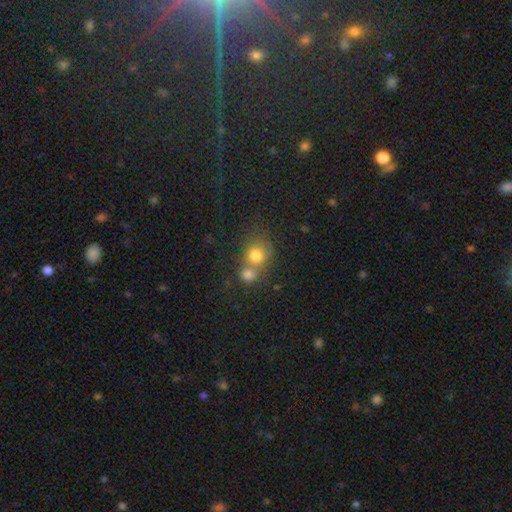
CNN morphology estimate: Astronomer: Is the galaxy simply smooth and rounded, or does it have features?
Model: smooth — 76%.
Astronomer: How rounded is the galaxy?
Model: round — 79%.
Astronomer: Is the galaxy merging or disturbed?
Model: merger — 52% (runner-up: none, 35%).